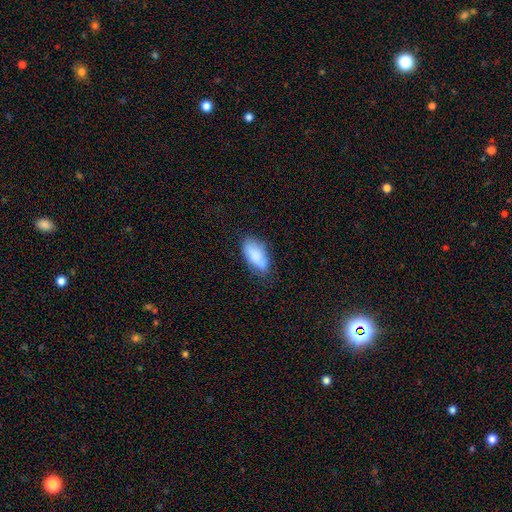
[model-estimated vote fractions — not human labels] Morphology: type=smooth (80%); roundness=in between (91%); merging=none (65%).